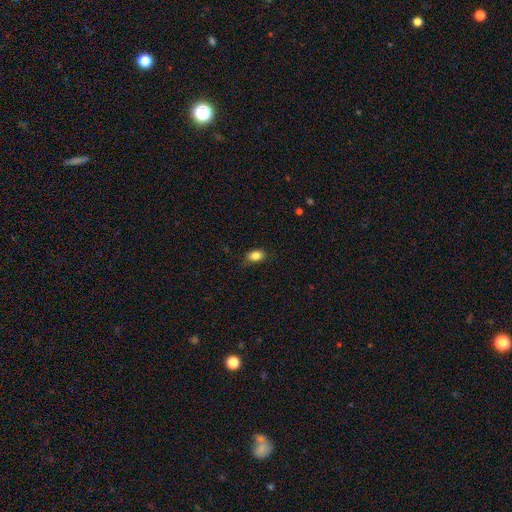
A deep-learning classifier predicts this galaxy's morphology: smooth 84%, star or artifact 10%, featured or disk 6%. Down the decision tree: how rounded — in between (77%); merging — none (78%).